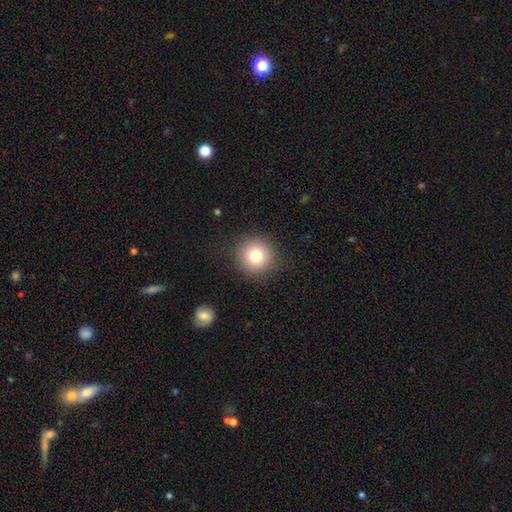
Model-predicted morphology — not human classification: type=smooth (78%); roundness=round (95%); merging=none (89%).